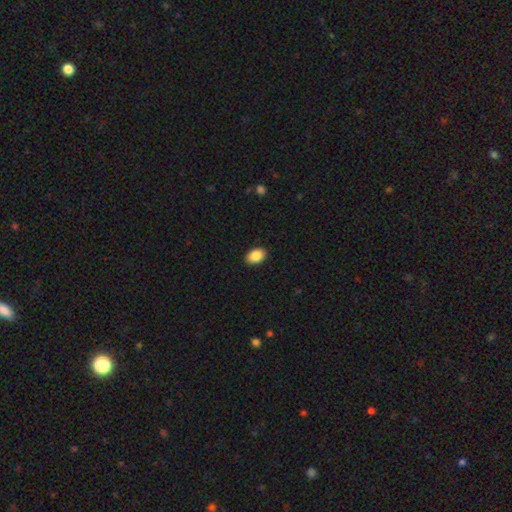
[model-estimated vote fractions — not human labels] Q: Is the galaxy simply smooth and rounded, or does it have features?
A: smooth — 88%.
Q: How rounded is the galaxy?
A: in between — 84%.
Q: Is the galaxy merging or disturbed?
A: none — 90%.